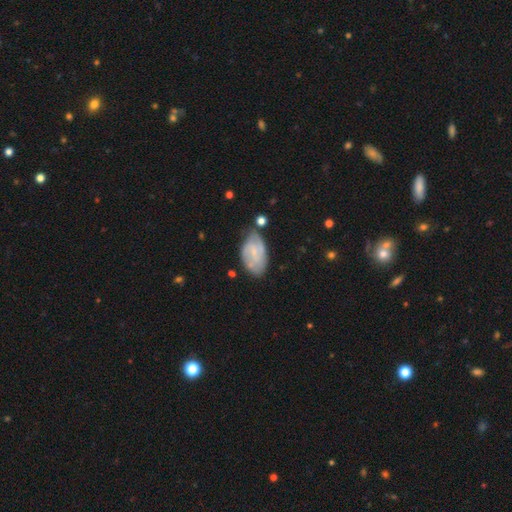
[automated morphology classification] featured or disk 48%, smooth 38%, star or artifact 14%. Down the decision tree: merging — none (64%).